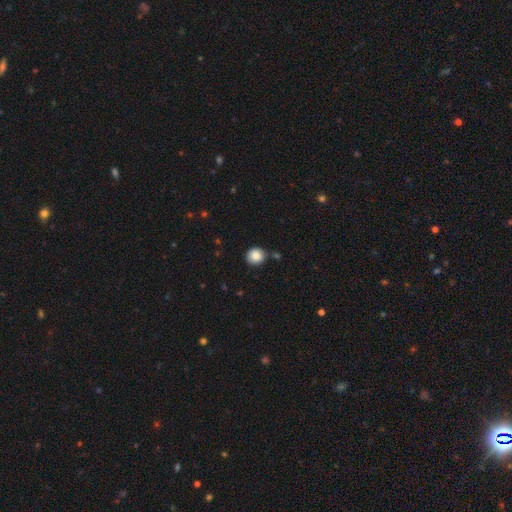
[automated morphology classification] smooth-or-featured: smooth: 86% | star or artifact: 9% | featured or disk: 4%
  how-rounded: round: 90% | in between: 9% | cigar-shaped: 1%
  merging: none: 81% | minor disturbance: 12% | merger: 5% | major disturbance: 3%